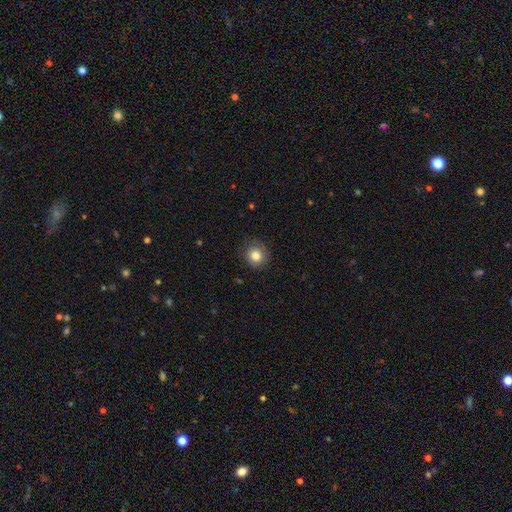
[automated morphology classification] This appears to be a smooth galaxy with no disk features (82%) that is round (88%). Merging: none (81%).